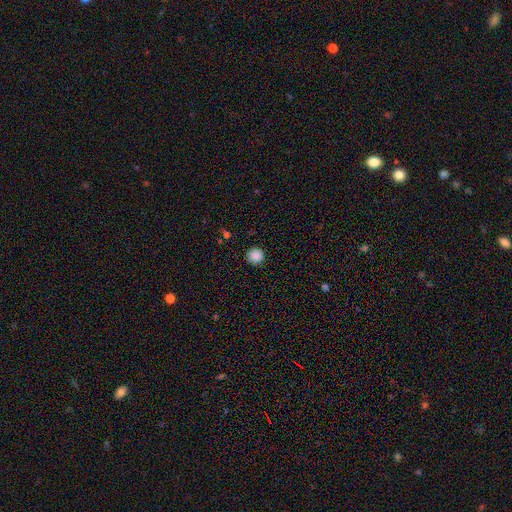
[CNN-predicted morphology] Smooth or featured? smooth (86%)
How rounded? round (94%)
Merging? none (89%)